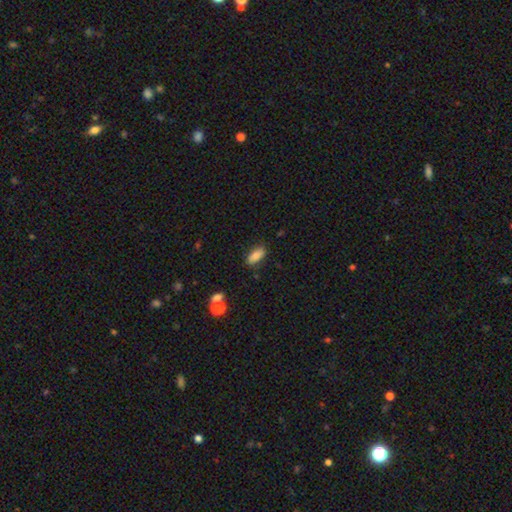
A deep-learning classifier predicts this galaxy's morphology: Overall: smooth (79%). How rounded: in between (84%). Merging: none (82%).